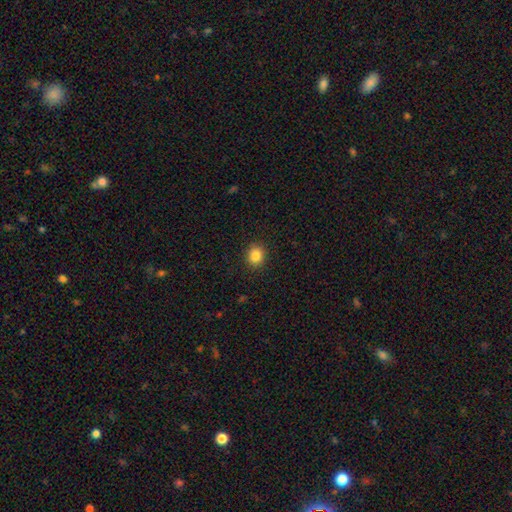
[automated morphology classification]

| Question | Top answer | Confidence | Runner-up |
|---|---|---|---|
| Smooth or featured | smooth | 85% | star or artifact (10%) |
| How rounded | round | 69% | in between (31%) |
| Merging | none | 90% | minor disturbance (7%) |